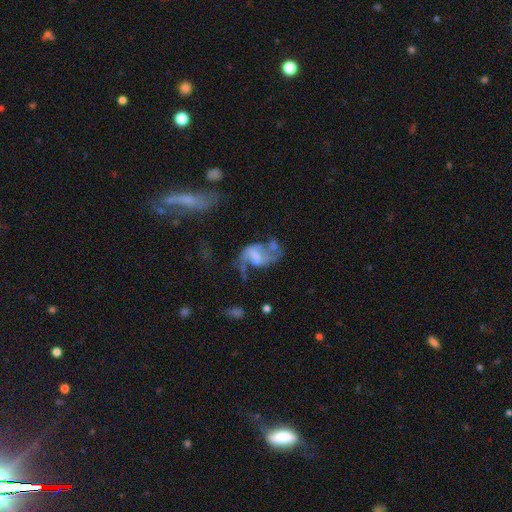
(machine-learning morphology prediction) smooth-or-featured: featured or disk: 71% | smooth: 19% | star or artifact: 10%
  disk-edge-on: no: 97% | yes: 3%
    bar: no: 43% | weak: 41% | strong: 16%
    has-spiral-arms: yes: 76% | no: 24%
      spiral-winding: loose: 67% | medium: 26% | tight: 6%
      spiral-arm-count: 2: 70% | 1: 16% | can't tell: 8% | 3: 2% | 4: 1% | more than 4: 1%
    bulge-size: none: 50% | small: 21% | moderate: 18% | large: 9% | dominant: 2%
  merging: major disturbance: 41% | none: 26% | merger: 17% | minor disturbance: 17%